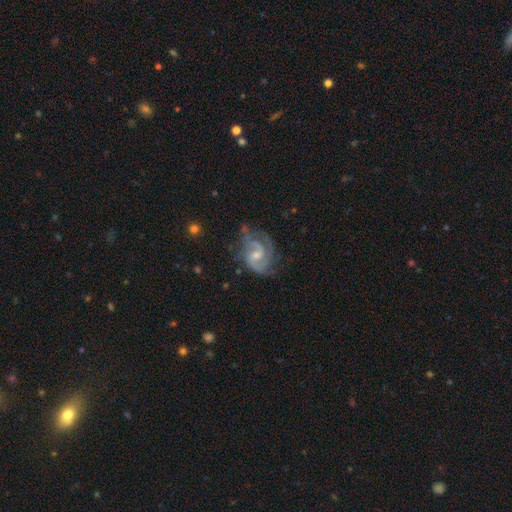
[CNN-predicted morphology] Smooth or featured?
  - featured or disk: 86% *
  - star or artifact: 7%
  - smooth: 7%
Edge-on disk?
  - no: 98% *
  - yes: 2%
Bar?
  - weak: 50% *
  - no: 39%
  - strong: 11%
Spiral arms?
  - yes: 97% *
  - no: 3%
Spiral winding?
  - medium: 51% *
  - tight: 32%
  - loose: 17%
Spiral arm count?
  - 2: 57% *
  - 3: 19%
  - can't tell: 12%
  - 4: 4%
  - 1: 4%
  - more than 4: 3%
Bulge size?
  - small: 49% *
  - moderate: 45%
  - none: 4%
  - large: 2%
  - dominant: 1%
Merging?
  - none: 64% *
  - minor disturbance: 22%
  - major disturbance: 12%
  - merger: 2%